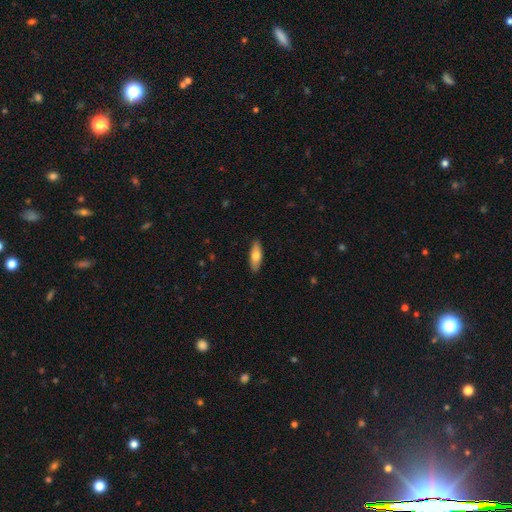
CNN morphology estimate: smooth_or_featured: smooth (p=0.70) [alt: featured or disk p=0.24]
how_rounded: in between (p=0.61) [alt: cigar-shaped p=0.36]
merging: none (p=0.89) [alt: minor disturbance p=0.08]